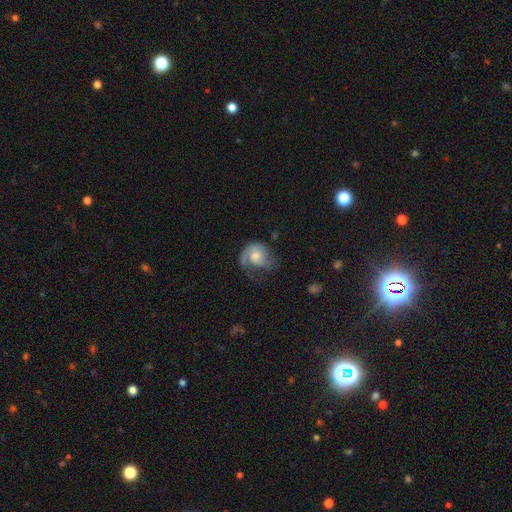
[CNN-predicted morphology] Smooth or featured?
  - featured or disk: 59% *
  - smooth: 34%
  - star or artifact: 7%
Edge-on disk?
  - no: 97% *
  - yes: 3%
Bar?
  - no: 75% *
  - weak: 22%
  - strong: 3%
Spiral arms?
  - yes: 83% *
  - no: 17%
Bulge size?
  - moderate: 53% *
  - small: 23%
  - large: 16%
  - none: 6%
  - dominant: 2%
Merging?
  - none: 38% *
  - major disturbance: 35%
  - minor disturbance: 24%
  - merger: 2%